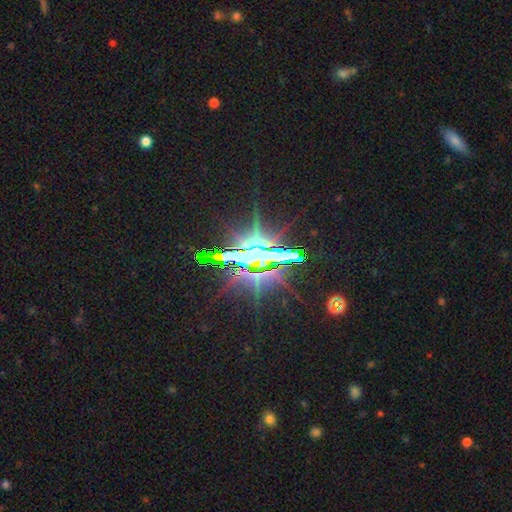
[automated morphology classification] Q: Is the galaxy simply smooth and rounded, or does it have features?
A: star or artifact — 76%.